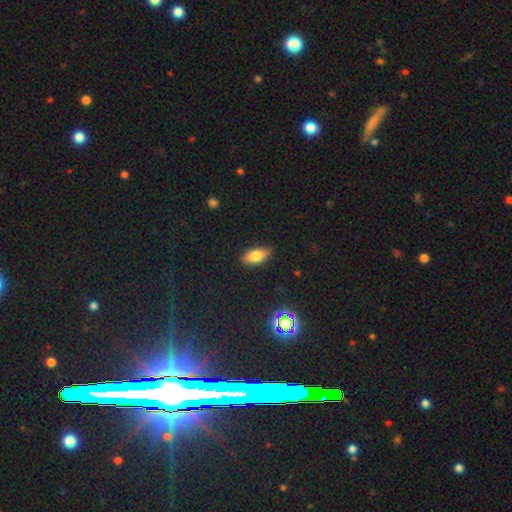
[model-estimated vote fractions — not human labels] smooth 78%, featured or disk 12%, star or artifact 10%. Down the decision tree: how rounded — in between (86%); merging — none (85%).